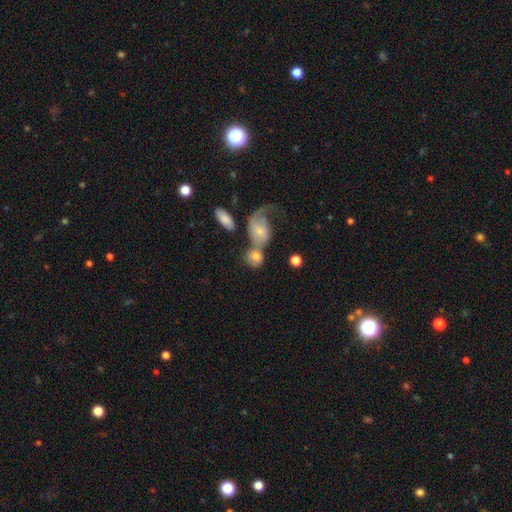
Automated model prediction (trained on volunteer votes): smooth 63%, featured or disk 28%, star or artifact 9%. Down the decision tree: how rounded — round (52%); merging — merger (46%).